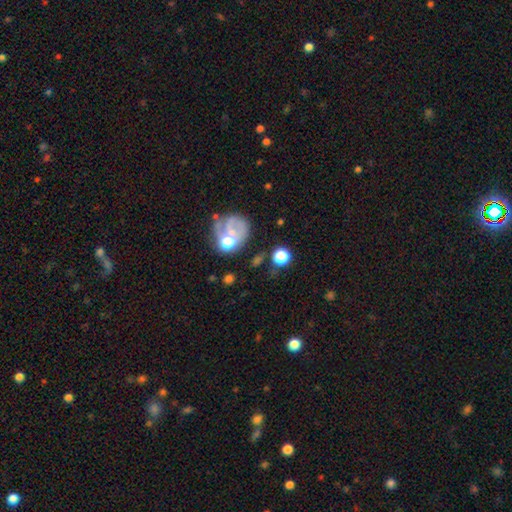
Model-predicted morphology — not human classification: Smooth or featured? featured or disk (36%, tied with smooth)
Merging? none (57%)